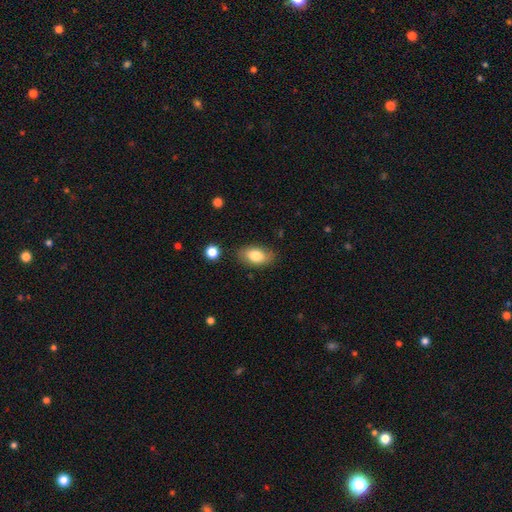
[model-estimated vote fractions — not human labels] smooth-or-featured: smooth: 79% | featured or disk: 14% | star or artifact: 7%
  how-rounded: in between: 90% | round: 7% | cigar-shaped: 2%
  merging: none: 82% | minor disturbance: 14% | major disturbance: 3% | merger: 2%